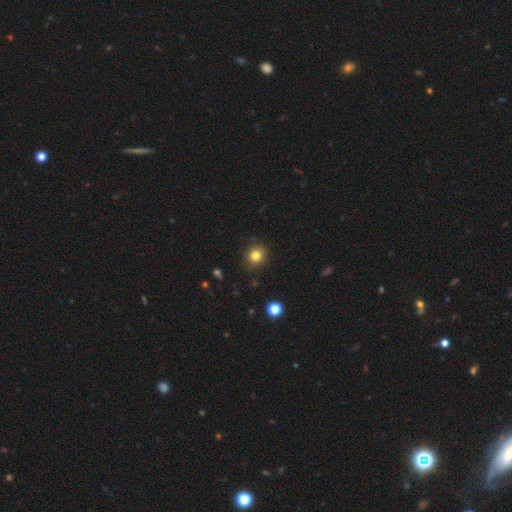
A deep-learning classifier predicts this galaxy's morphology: Smooth or featured: smooth — 82% (star or artifact — 12%)
How rounded: round — 83% (in between — 16%)
Merging: none — 89% (minor disturbance — 7%)